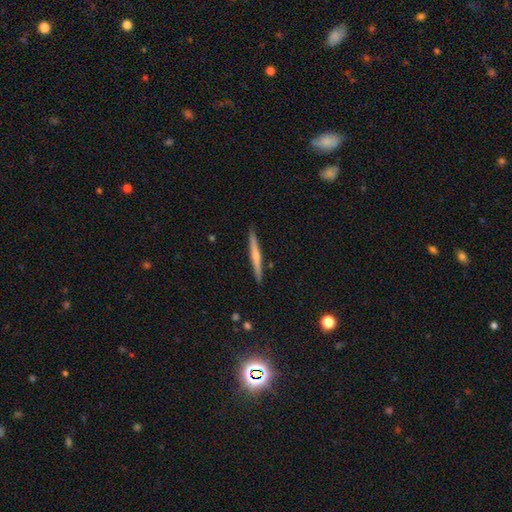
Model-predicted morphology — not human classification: A featured or disk galaxy (55%) viewed edge-on (97%) with a rounded central bulge (60%).

Vote fractions:
- Smooth or featured? featured or disk: 55% / smooth: 39% / star or artifact: 5%
- Edge-on disk? yes: 97% / no: 3%
- Edge-on bulge? rounded: 60% / none: 33% / boxy: 6%
- Merging? none: 90% / minor disturbance: 7% / merger: 1% / major disturbance: 1%